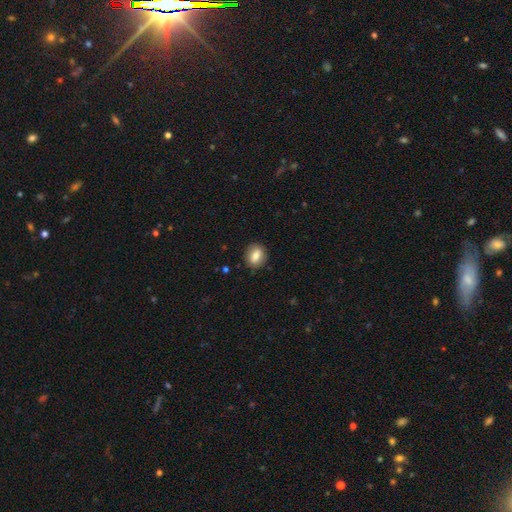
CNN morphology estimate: smooth 78%, featured or disk 13%, star or artifact 8%. Down the decision tree: how rounded — round (52%); merging — none (86%).